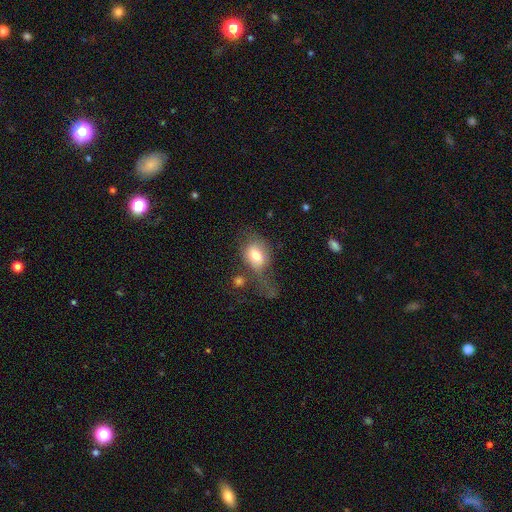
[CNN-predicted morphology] smooth 70%, featured or disk 21%, star or artifact 8%. Down the decision tree: how rounded — in between (66%); merging — major disturbance (41%).